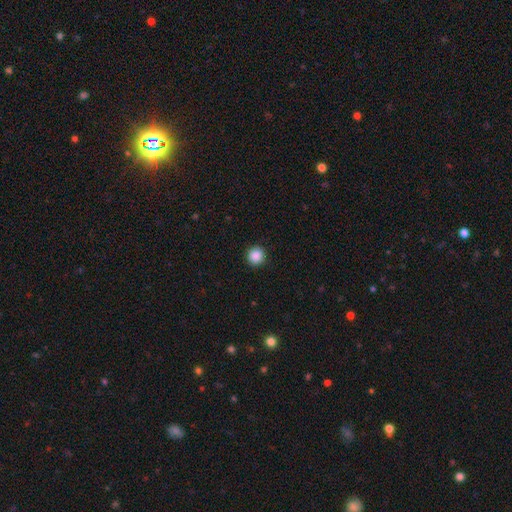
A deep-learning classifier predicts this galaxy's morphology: Smooth or featured? Predicted: smooth (p=0.88). How rounded? Predicted: round (p=0.95). Merging? Predicted: none (p=0.92).